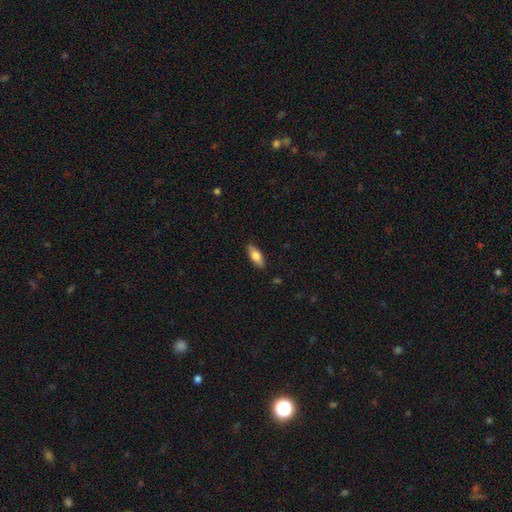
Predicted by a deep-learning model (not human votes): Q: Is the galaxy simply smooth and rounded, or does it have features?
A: smooth — 75%.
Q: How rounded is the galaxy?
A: in between — 77%.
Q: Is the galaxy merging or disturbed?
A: none — 87%.